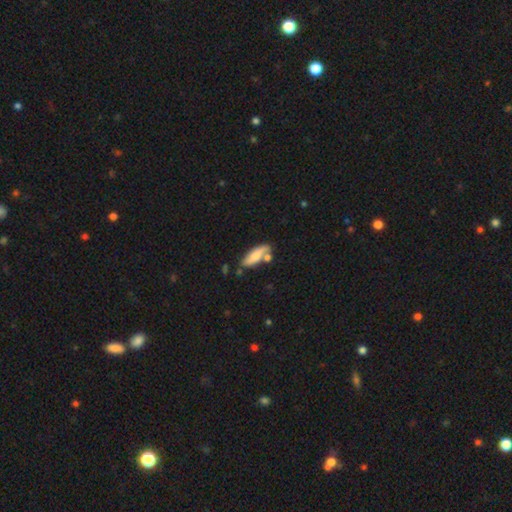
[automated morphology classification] smooth 67%, featured or disk 26%, star or artifact 7%. Down the decision tree: how rounded — in between (60%); merging — none (58%).